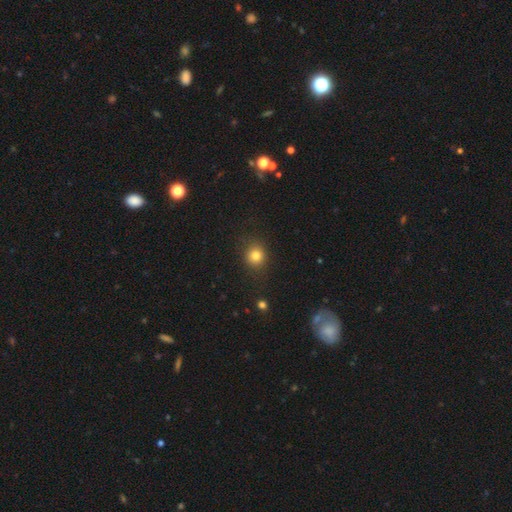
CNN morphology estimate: Smooth or featured: smooth — 81% (star or artifact — 12%)
How rounded: round — 83% (in between — 16%)
Merging: none — 85% (minor disturbance — 10%)